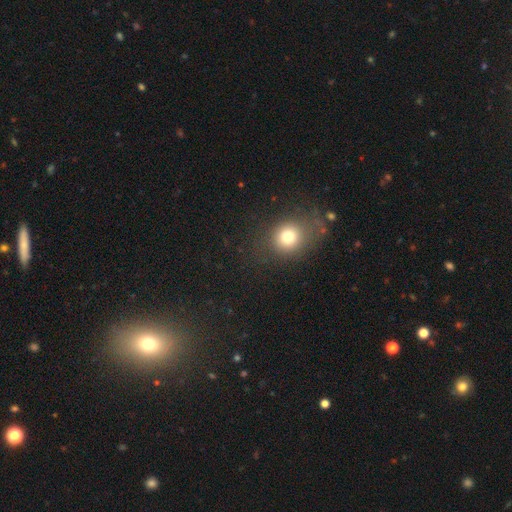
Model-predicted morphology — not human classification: Q: Smooth or featured?
A: smooth (54%); runner-up: star or artifact (35%)
Q: How rounded?
A: round (57%); runner-up: in between (41%)
Q: Merging?
A: none (80%); runner-up: minor disturbance (11%)